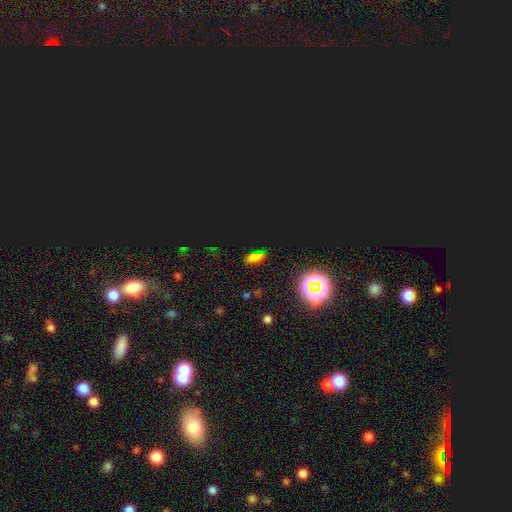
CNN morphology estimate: A smooth galaxy with no disk features (47%).

Vote fractions:
- Smooth or featured? smooth: 47% / star or artifact: 46% / featured or disk: 8%
- Merging? none: 83% / minor disturbance: 11% / major disturbance: 3% / merger: 2%